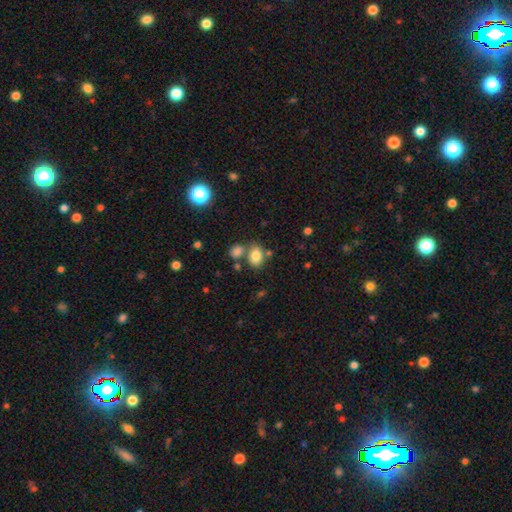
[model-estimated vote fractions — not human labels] Smooth or featured? Predicted: smooth (p=0.81). How rounded? Predicted: in between (p=0.76). Merging? Predicted: none (p=0.58).